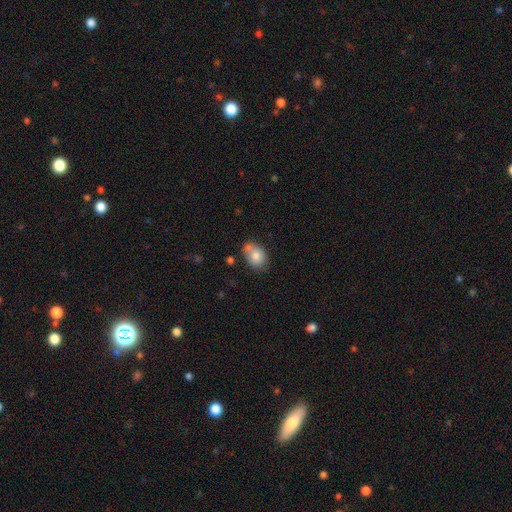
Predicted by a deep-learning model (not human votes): The model was most divided on "merging": none: 54%, minor disturbance: 23%, merger: 18%, major disturbance: 6%. More confident: smooth or featured — smooth (78%); how rounded — in between (70%).